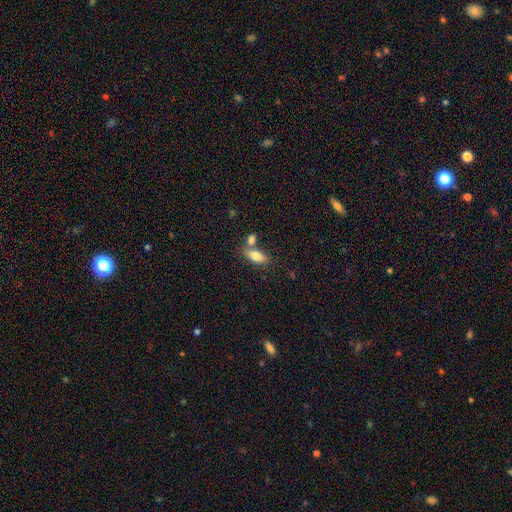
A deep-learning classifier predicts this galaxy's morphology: A smooth galaxy with no disk features (81%) that is in between round and cigar-shaped (83%).

Vote fractions:
- Smooth or featured? smooth: 81% / featured or disk: 12% / star or artifact: 7%
- How rounded? in between: 83% / cigar-shaped: 13% / round: 4%
- Merging? none: 54% / merger: 30% / minor disturbance: 12% / major disturbance: 4%